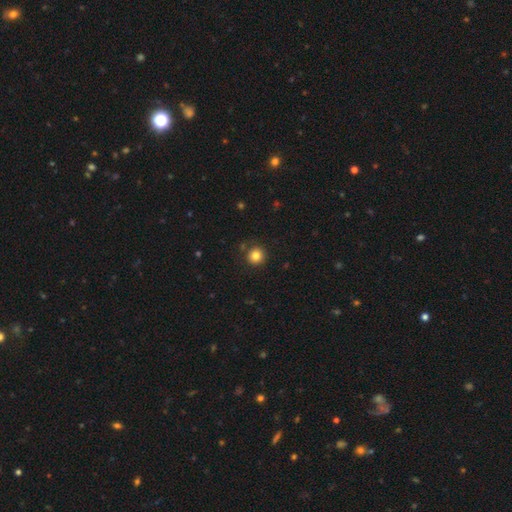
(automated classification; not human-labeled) Smooth or featured? smooth (82%)
How rounded? round (94%)
Merging? none (87%)